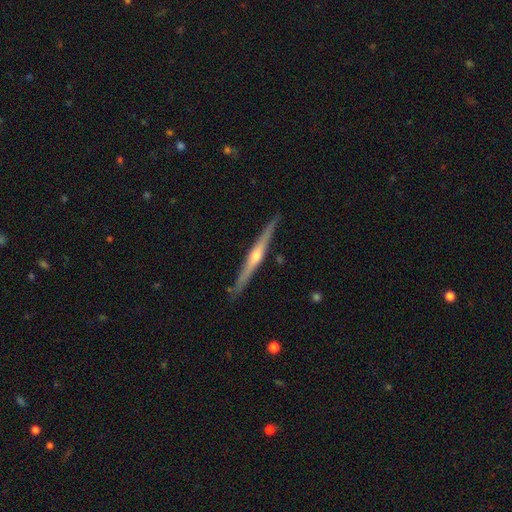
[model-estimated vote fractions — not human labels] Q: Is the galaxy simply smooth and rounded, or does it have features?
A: featured or disk — 79%.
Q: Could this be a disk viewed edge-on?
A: yes — 98%.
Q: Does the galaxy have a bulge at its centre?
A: rounded — 86%.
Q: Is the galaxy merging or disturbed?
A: none — 90%.